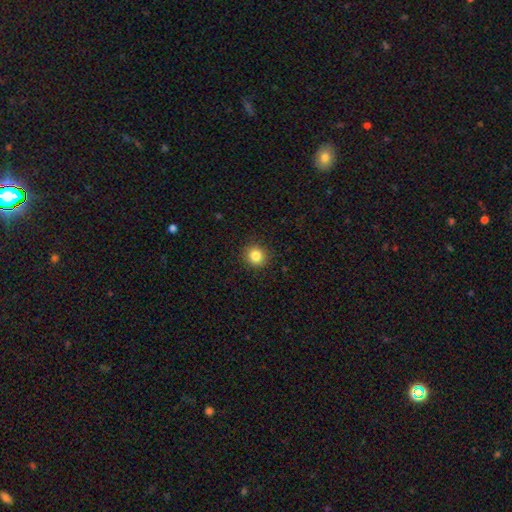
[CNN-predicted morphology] Smooth or featured?
  - smooth: 83% *
  - star or artifact: 11%
  - featured or disk: 5%
How rounded?
  - round: 90% *
  - in between: 9%
  - cigar-shaped: 1%
Merging?
  - none: 91% *
  - minor disturbance: 6%
  - major disturbance: 2%
  - merger: 1%